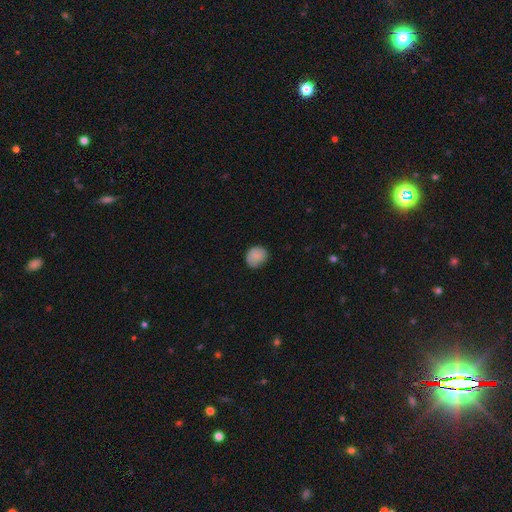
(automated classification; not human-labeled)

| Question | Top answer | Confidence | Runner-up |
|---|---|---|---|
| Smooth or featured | smooth | 86% | star or artifact (9%) |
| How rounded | round | 70% | in between (29%) |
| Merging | none | 77% | minor disturbance (18%) |